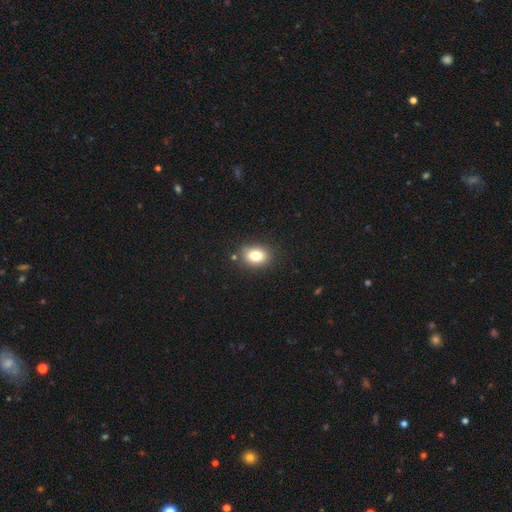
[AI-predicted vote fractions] Smooth or featured? smooth (81%)
How rounded? in between (64%)
Merging? none (84%)